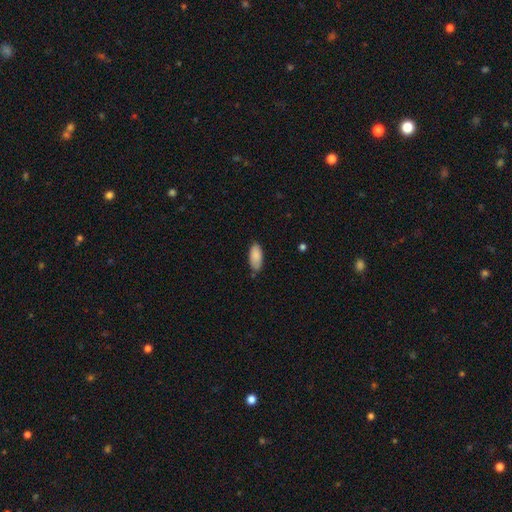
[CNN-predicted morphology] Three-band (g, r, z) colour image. It shows a smooth galaxy with no disk features (88%) that is in between round and cigar-shaped (88%). Merging: none (75%).